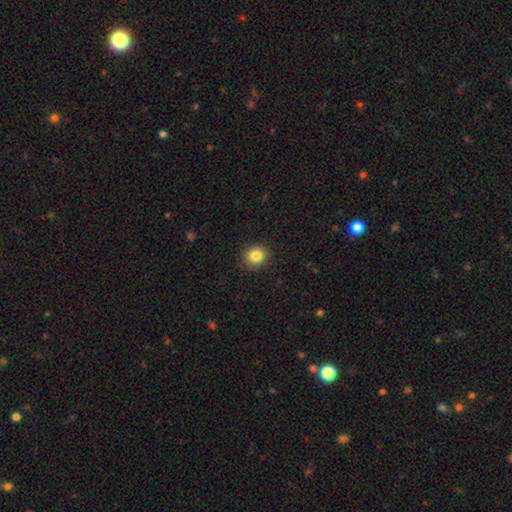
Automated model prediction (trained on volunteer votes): This is clearly a smooth galaxy (84%). How rounded: clearly round (81%). Merging: clearly none (91%).